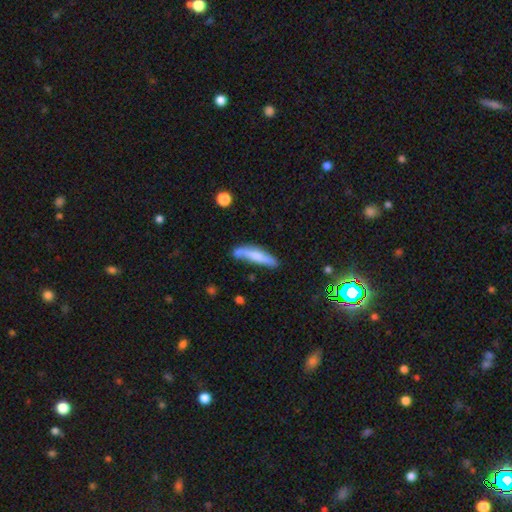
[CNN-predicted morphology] Overall: smooth (66%; featured or disk 27%). How rounded: cigar-shaped (82%). Merging: none (60%; minor disturbance 24%).